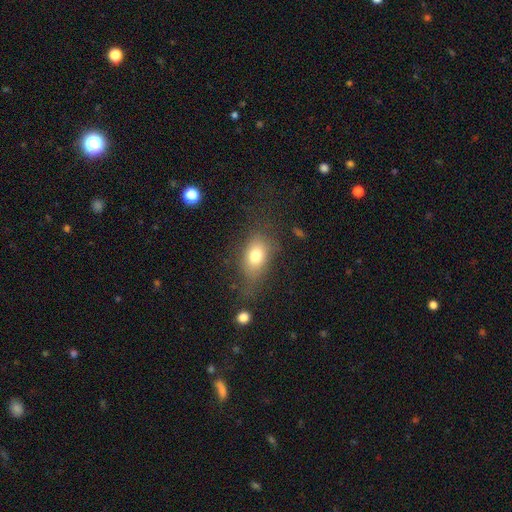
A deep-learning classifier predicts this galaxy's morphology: A smooth galaxy with no disk features (75%) that is in between round and cigar-shaped (74%). Merging: none (59%).